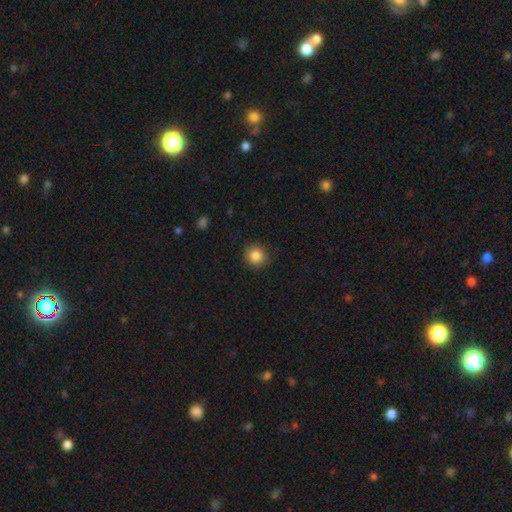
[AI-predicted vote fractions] Smooth or featured? Predicted: smooth (p=0.86). How rounded? Predicted: round (p=0.93). Merging? Predicted: none (p=0.91).